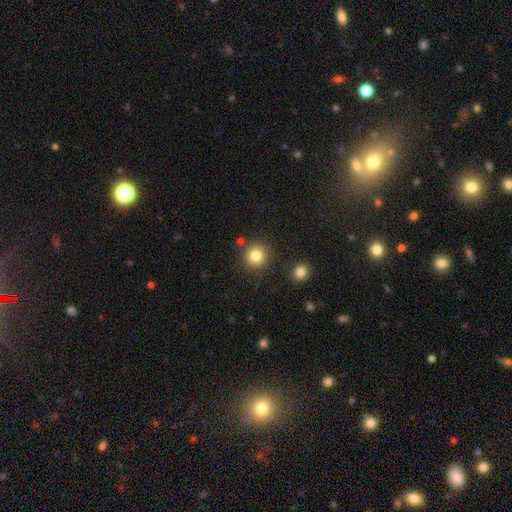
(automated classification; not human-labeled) The model was most divided on "smooth or featured": smooth: 83%, star or artifact: 11%, featured or disk: 6%. More confident: how rounded — round (92%); merging — none (86%).